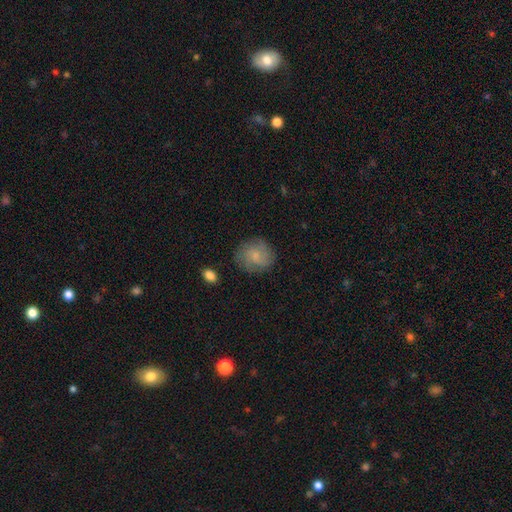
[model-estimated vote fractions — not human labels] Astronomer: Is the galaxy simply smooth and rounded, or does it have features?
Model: smooth — 55% (runner-up: featured or disk, 36%).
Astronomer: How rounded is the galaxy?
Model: round — 82%.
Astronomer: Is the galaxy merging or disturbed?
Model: none — 78%.